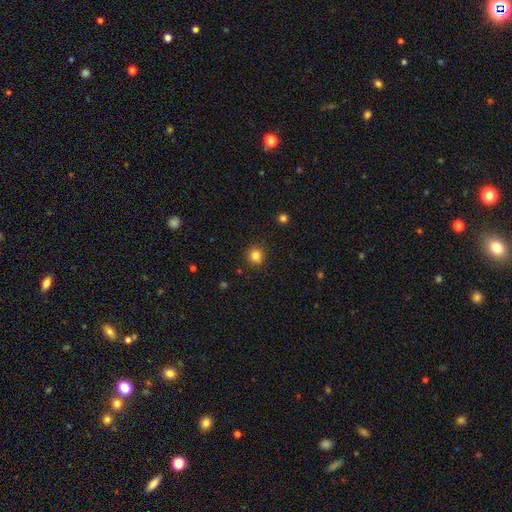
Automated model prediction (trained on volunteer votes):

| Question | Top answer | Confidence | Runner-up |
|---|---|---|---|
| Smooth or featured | smooth | 83% | star or artifact (12%) |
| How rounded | round | 90% | in between (9%) |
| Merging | none | 90% | minor disturbance (7%) |